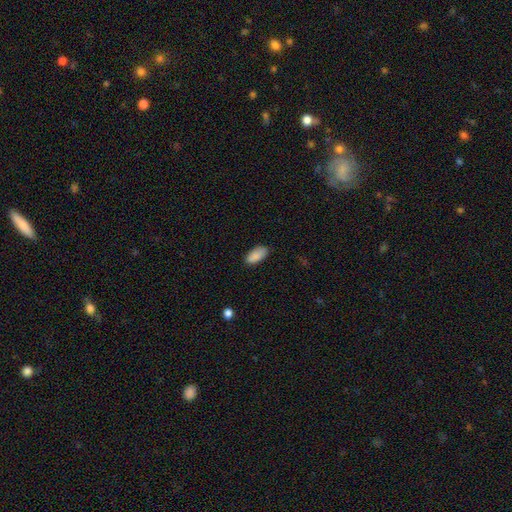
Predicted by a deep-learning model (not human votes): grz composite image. It shows a smooth galaxy with no disk features (89%) that is in between round and cigar-shaped (92%). Merging: none (84%).